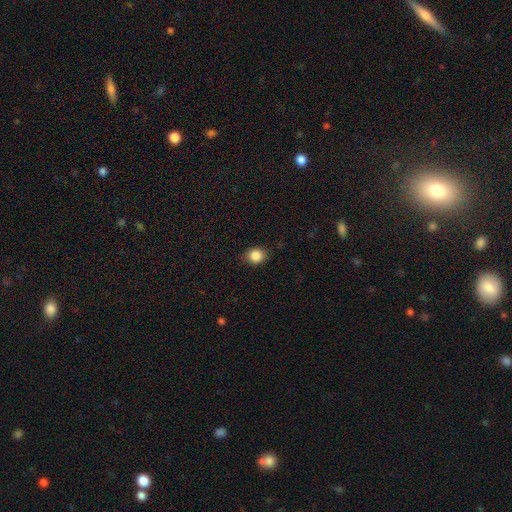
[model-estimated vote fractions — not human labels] Q: Smooth or featured?
A: smooth (86%); runner-up: star or artifact (9%)
Q: How rounded?
A: round (62%); runner-up: in between (37%)
Q: Merging?
A: none (84%); runner-up: minor disturbance (12%)